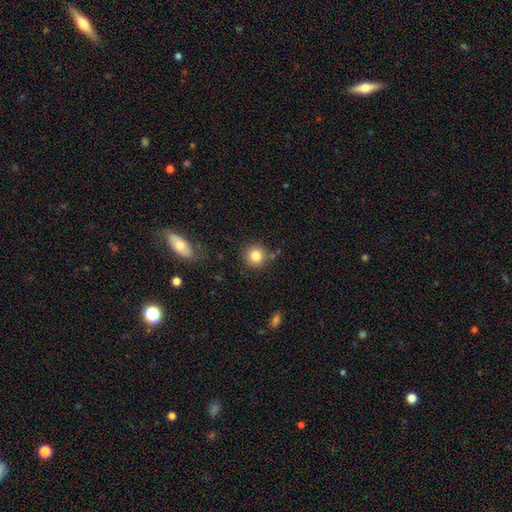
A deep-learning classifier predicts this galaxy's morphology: Smooth or featured? smooth (83%)
How rounded? round (93%)
Merging? none (83%)